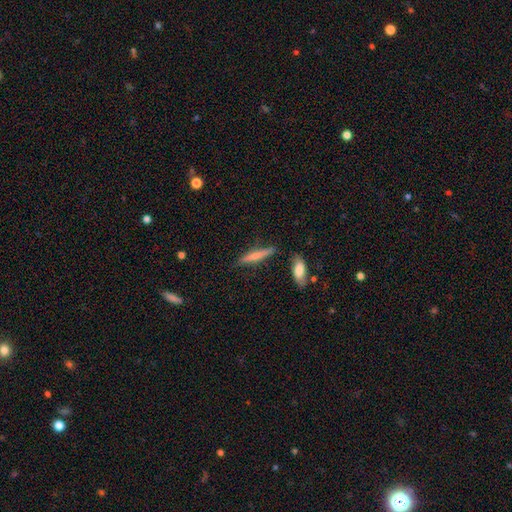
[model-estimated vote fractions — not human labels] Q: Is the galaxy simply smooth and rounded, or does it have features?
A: smooth — 59%.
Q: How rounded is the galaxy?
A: cigar-shaped — 88%.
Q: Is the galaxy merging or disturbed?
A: none — 75%.